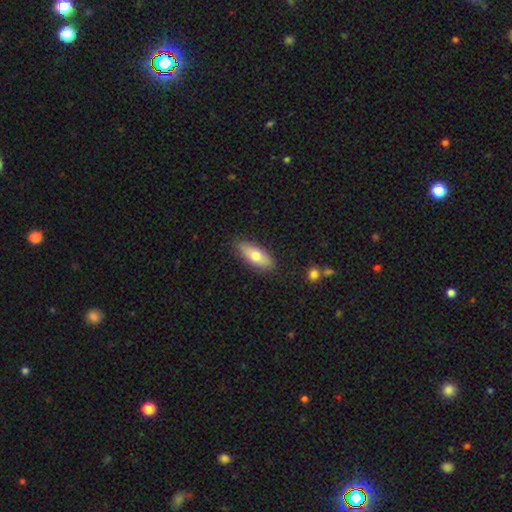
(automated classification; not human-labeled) A smooth galaxy with no disk features (72%) that is in between round and cigar-shaped (70%). Merging: none (86%).